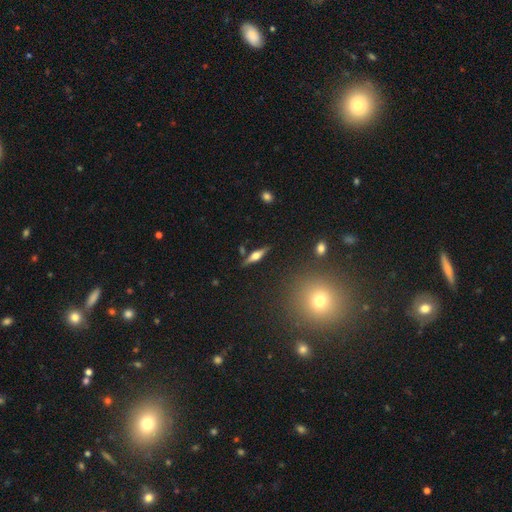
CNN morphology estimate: A featured or disk galaxy (63%) viewed edge-on (96%) with a rounded central bulge (90%). Merging: none (86%).